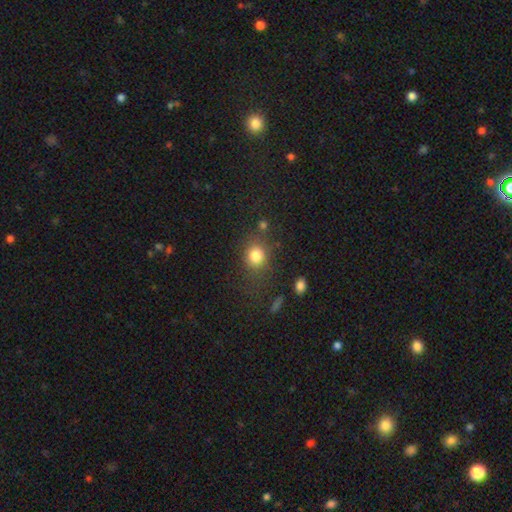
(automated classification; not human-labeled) This is clearly a smooth galaxy (81%). How rounded: likely round (72%). Merging: likely none (71%).